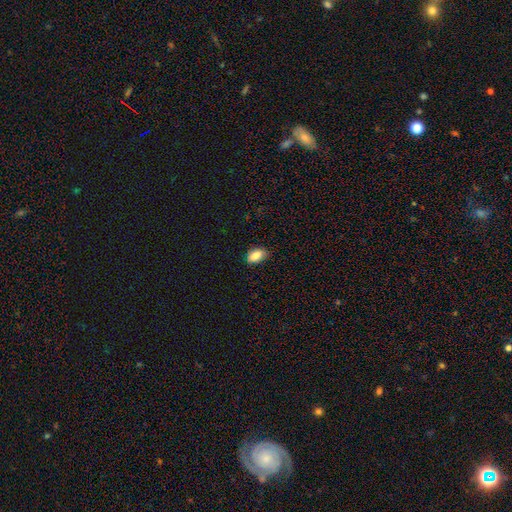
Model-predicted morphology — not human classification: Smooth or featured? smooth (87%)
How rounded? in between (89%)
Merging? none (78%)